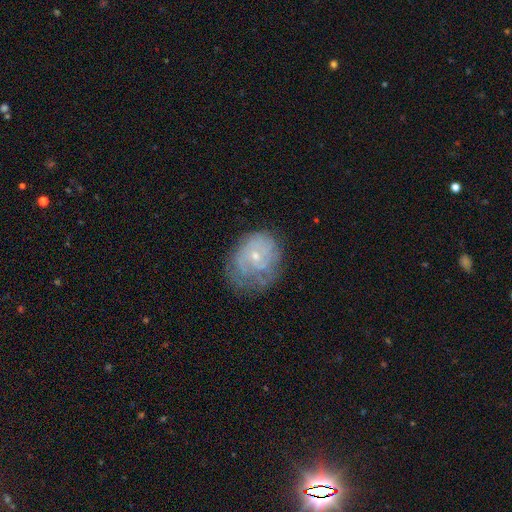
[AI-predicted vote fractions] This is likely a featured or disk galaxy (62%). It is clearly not viewed edge-on (97%). Bar: likely no (80%). Spiral arm pattern: likely yes (70%). Central bulge: likely small (72%). Merging: possibly none (57%).